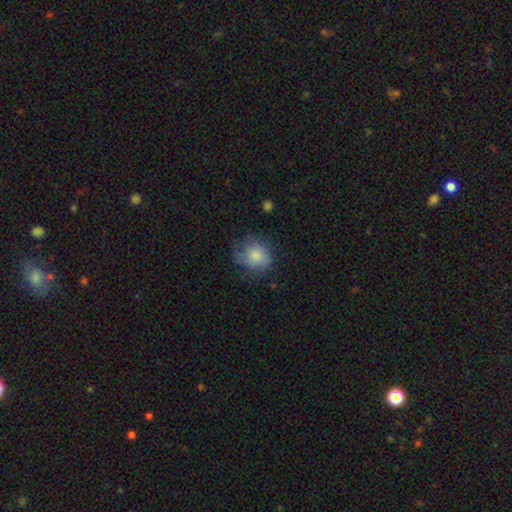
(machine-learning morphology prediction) Smooth or featured: smooth — 77% (featured or disk — 15%)
How rounded: round — 77% (in between — 22%)
Merging: none — 59% (minor disturbance — 27%)